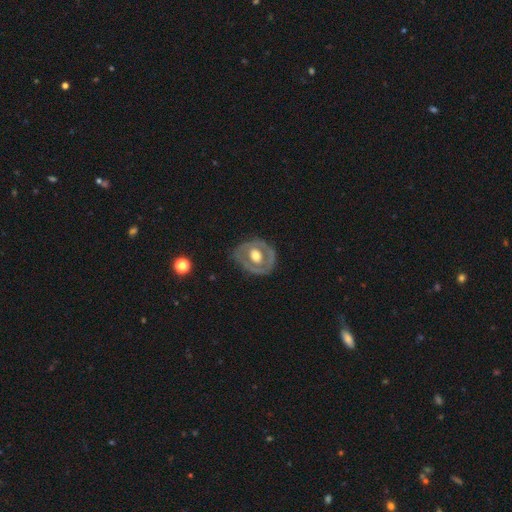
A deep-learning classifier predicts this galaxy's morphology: Smooth or featured?
  - featured or disk: 64% *
  - smooth: 31%
  - star or artifact: 5%
Edge-on disk?
  - no: 94% *
  - yes: 6%
Bar?
  - no: 73% *
  - weak: 19%
  - strong: 7%
Spiral arms?
  - no: 79% *
  - yes: 21%
Bulge size?
  - moderate: 61% *
  - large: 30%
  - small: 6%
  - dominant: 2%
  - none: 1%
Merging?
  - none: 73% *
  - minor disturbance: 18%
  - major disturbance: 7%
  - merger: 2%